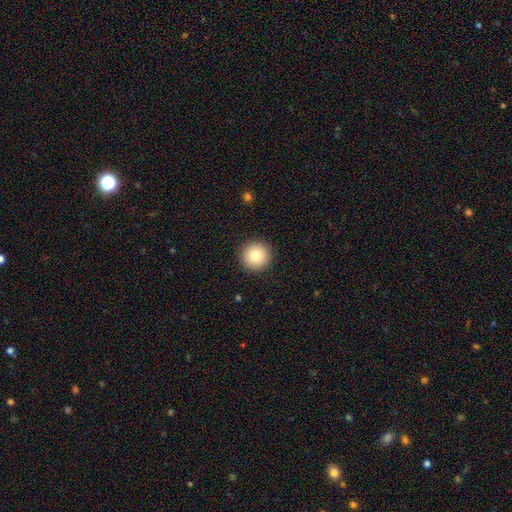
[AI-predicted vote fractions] Q: Smooth or featured?
A: smooth (83%); runner-up: star or artifact (9%)
Q: How rounded?
A: round (96%); runner-up: in between (3%)
Q: Merging?
A: none (92%); runner-up: minor disturbance (5%)